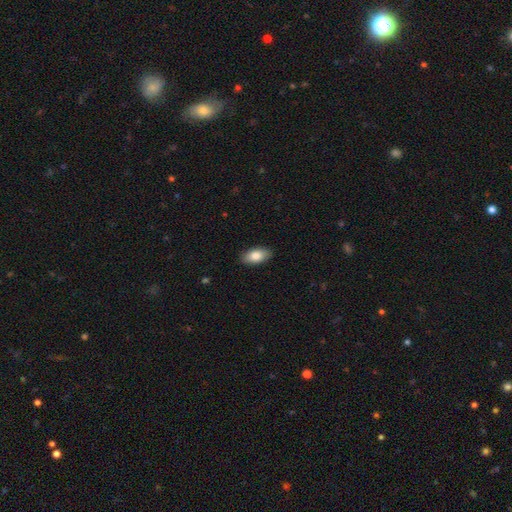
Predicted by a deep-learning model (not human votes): A smooth galaxy with no disk features (83%) that is in between round and cigar-shaped (93%). Merging: none (89%).